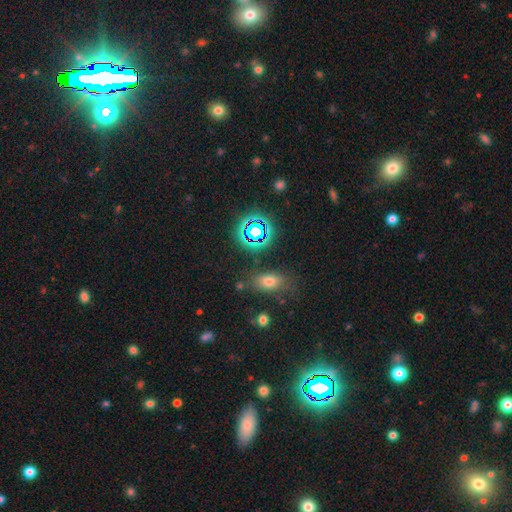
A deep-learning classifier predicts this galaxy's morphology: Overall: star or artifact (47%; smooth 40%).